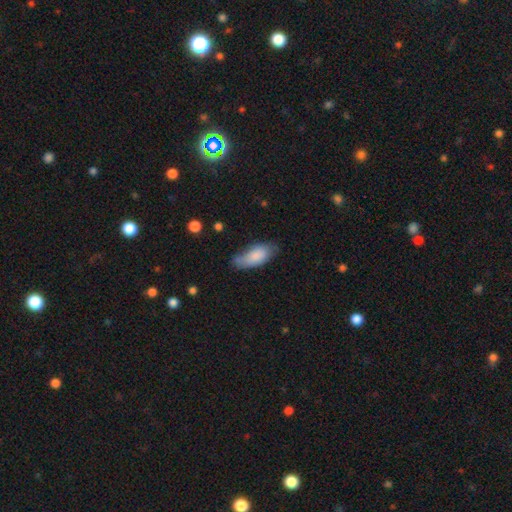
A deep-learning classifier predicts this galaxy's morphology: This is clearly a smooth galaxy (81%). How rounded: clearly in between (86%). Merging: possibly none (56%).